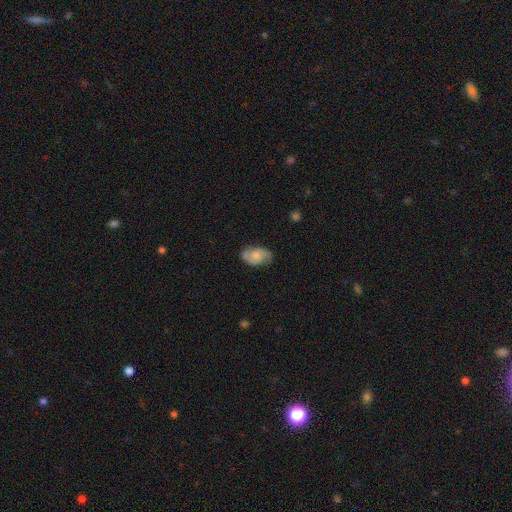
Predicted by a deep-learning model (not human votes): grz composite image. It shows a featured or disk galaxy (54%) with no bar (67%), spiral arms (88%) and a small central bulge (36%, tied with moderate). Merging: none (73%).